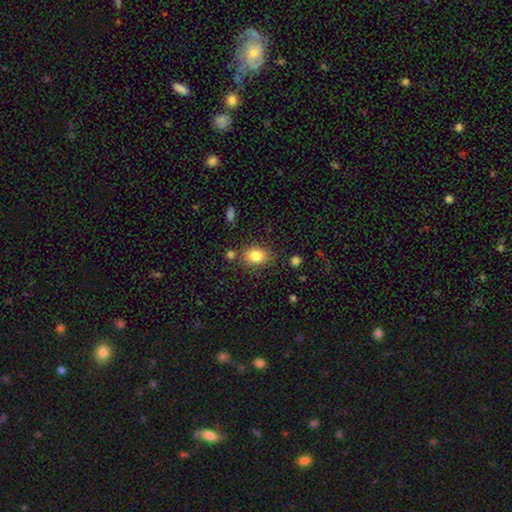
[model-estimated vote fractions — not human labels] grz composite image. It shows a smooth galaxy with no disk features (83%) that is in between round and cigar-shaped (70%). Merging: none (76%).